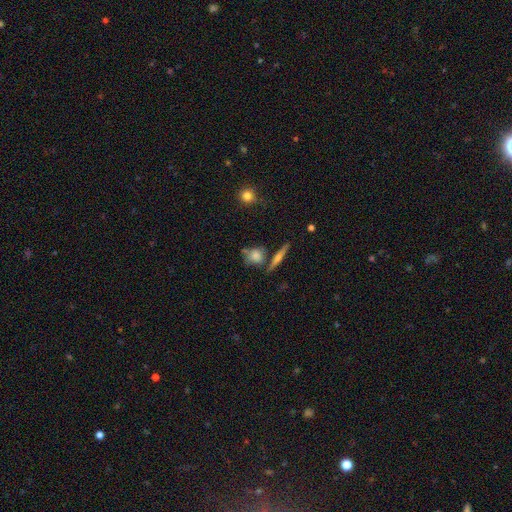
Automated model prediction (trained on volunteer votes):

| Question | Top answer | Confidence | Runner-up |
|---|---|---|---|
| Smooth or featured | smooth | 65% | featured or disk (24%) |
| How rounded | round | 67% | in between (24%) |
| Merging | none | 60% | minor disturbance (17%) |